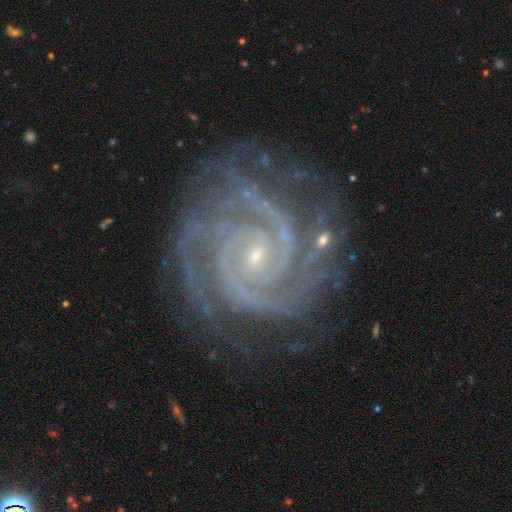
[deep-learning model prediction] A featured or disk galaxy (93%) with no bar (59%), 2 (48%) tight (80%) spiral arms (99%) and a small central bulge (86%). Merging: none (73%).